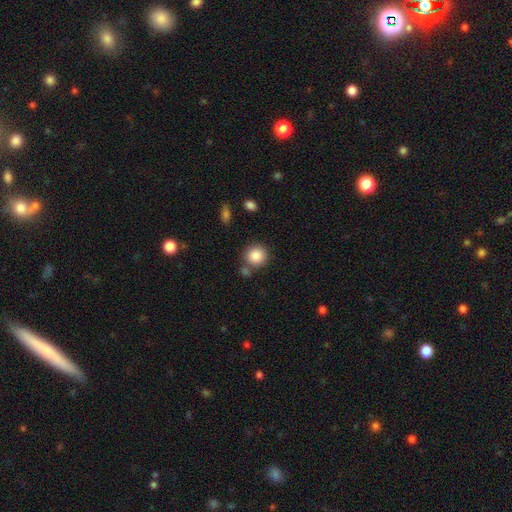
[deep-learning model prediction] A smooth galaxy with no disk features (86%) that is round (92%).

Vote fractions:
- Smooth or featured? smooth: 86% / star or artifact: 9% / featured or disk: 5%
- How rounded? round: 92% / in between: 7% / cigar-shaped: 1%
- Merging? none: 75% / merger: 12% / minor disturbance: 9% / major disturbance: 3%